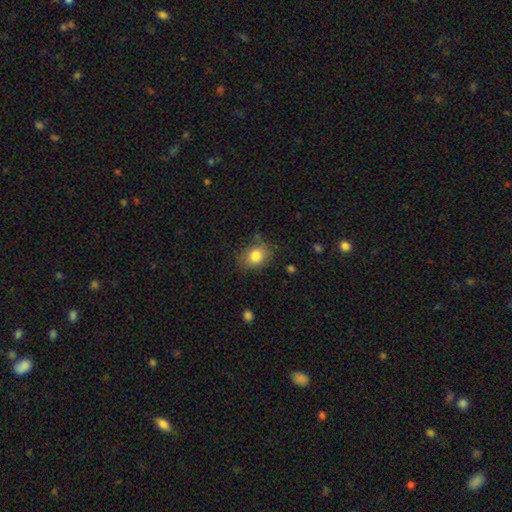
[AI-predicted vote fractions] Morphology: type=smooth (83%); roundness=in between (57%); merging=none (70%).